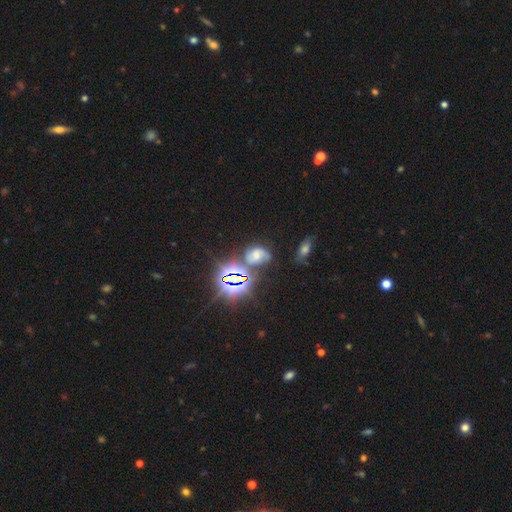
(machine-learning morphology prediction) Smooth or featured?
  - star or artifact: 57% *
  - smooth: 24%
  - featured or disk: 19%